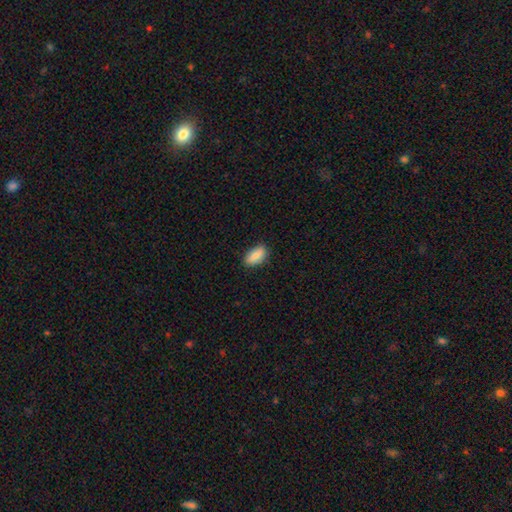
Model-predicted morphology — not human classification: The model was most divided on "merging": none: 84%, minor disturbance: 12%, major disturbance: 2%, merger: 1%. More confident: how rounded — in between (91%); smooth or featured — smooth (84%).